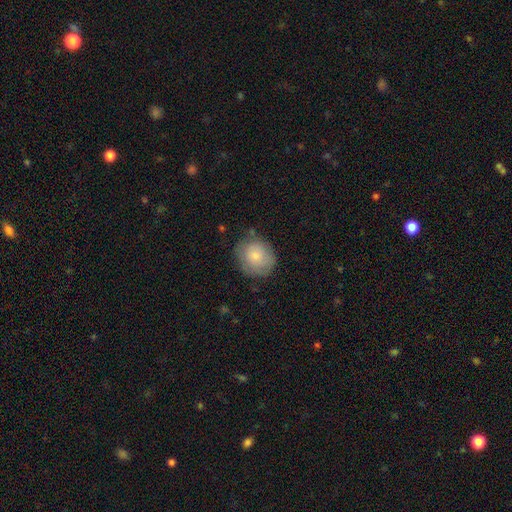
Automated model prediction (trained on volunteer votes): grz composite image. It shows a smooth galaxy with no disk features (75%) that is round (75%). Merging: none (71%).